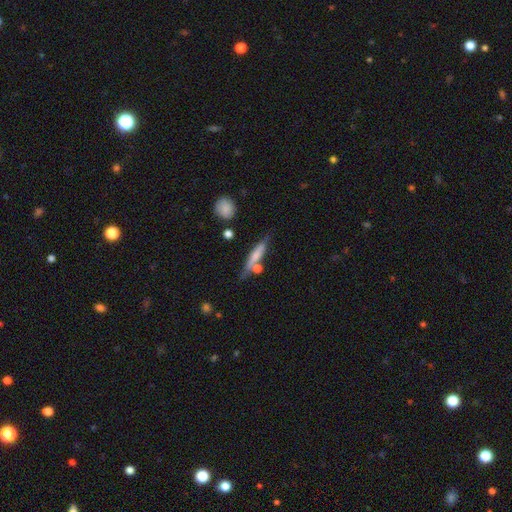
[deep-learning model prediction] Smooth or featured? smooth (56%)
How rounded? cigar-shaped (81%)
Merging? none (58%)